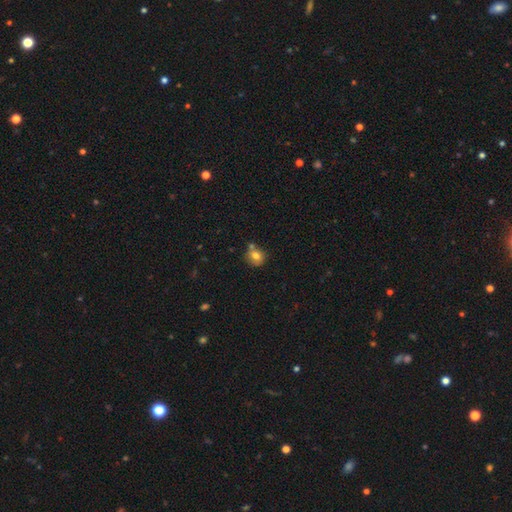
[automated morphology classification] Smooth or featured: smooth — 77% (featured or disk — 12%)
How rounded: round — 81% (in between — 18%)
Merging: none — 60% (merger — 20%)